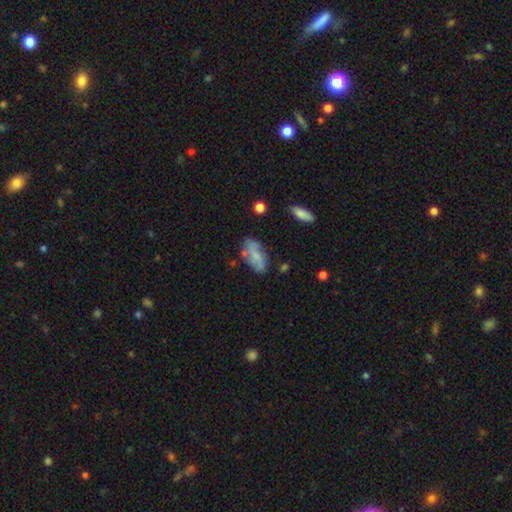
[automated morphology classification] smooth 61%, featured or disk 30%, star or artifact 8%. Down the decision tree: how rounded — in between (83%); merging — none (59%).